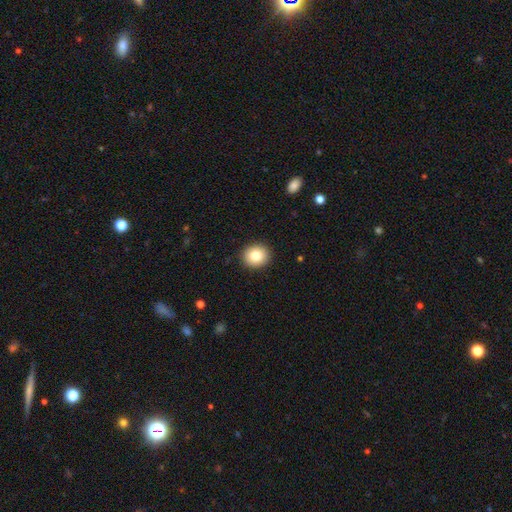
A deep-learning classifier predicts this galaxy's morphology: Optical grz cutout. It shows a smooth galaxy with no disk features (81%) that is round (82%). Merging: none (92%).